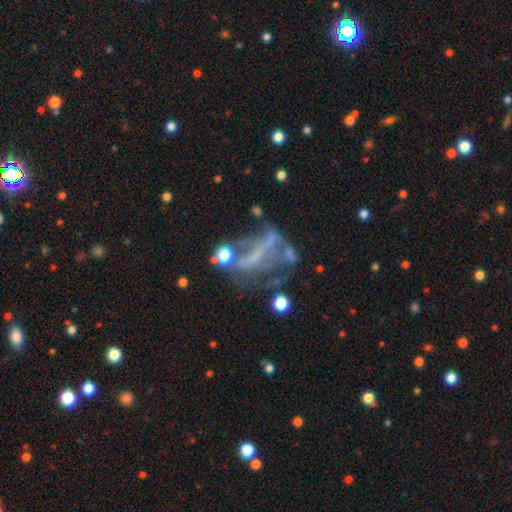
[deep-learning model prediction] This appears to be a featured or disk galaxy (57%) with no bar (56%), no spiral arms (79%) and no central bulge (70%). Merging: major disturbance (39%).